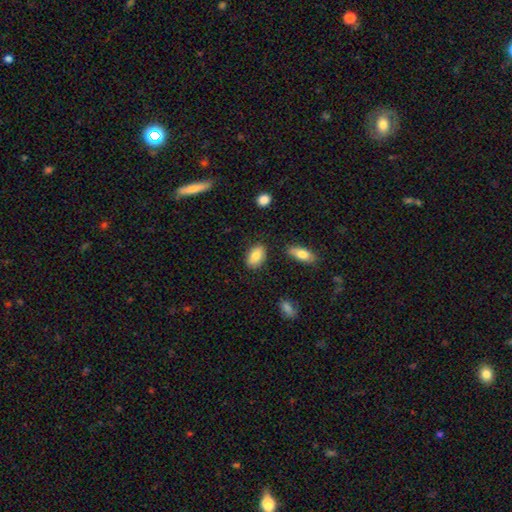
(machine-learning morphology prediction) Smooth or featured: smooth — 81% (featured or disk — 12%)
How rounded: in between — 90% (round — 8%)
Merging: none — 82% (minor disturbance — 12%)